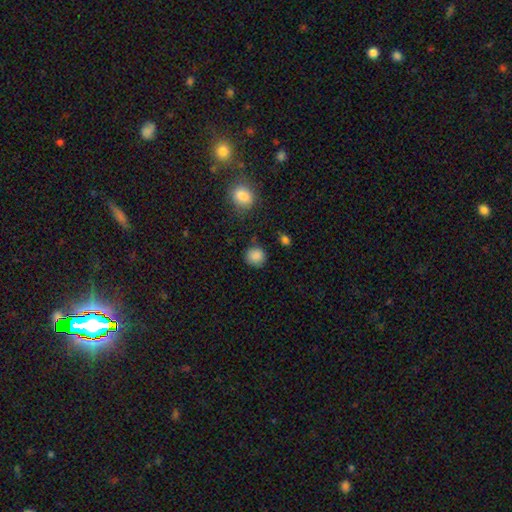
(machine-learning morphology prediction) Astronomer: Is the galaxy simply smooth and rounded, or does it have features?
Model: smooth — 86%.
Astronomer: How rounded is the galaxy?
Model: round — 87%.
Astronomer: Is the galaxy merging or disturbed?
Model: none — 80%.